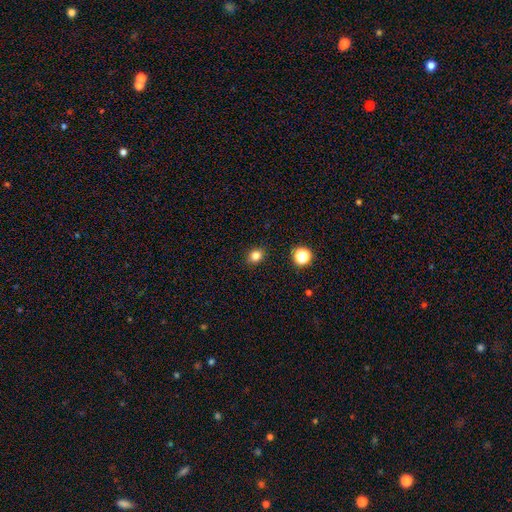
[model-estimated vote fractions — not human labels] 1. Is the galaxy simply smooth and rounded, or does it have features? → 82% smooth, 13% star or artifact, 5% featured or disk.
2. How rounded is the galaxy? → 58% round, 41% in between, 1% cigar-shaped.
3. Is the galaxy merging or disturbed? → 90% none, 7% minor disturbance, 2% major disturbance, 1% merger.